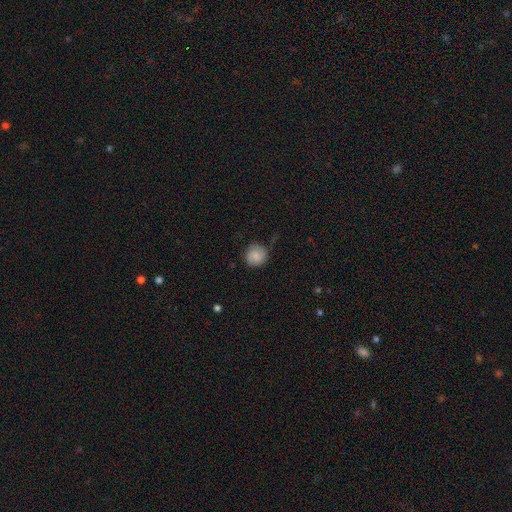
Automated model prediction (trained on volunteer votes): Smooth or featured?
  - smooth: 77% *
  - featured or disk: 14%
  - star or artifact: 8%
How rounded?
  - round: 88% *
  - in between: 11%
  - cigar-shaped: 1%
Merging?
  - none: 73% *
  - minor disturbance: 20%
  - major disturbance: 5%
  - merger: 2%